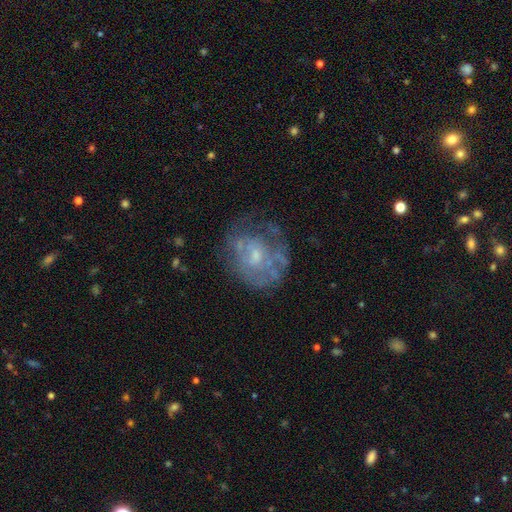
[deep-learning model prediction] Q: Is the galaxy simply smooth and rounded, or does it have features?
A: featured or disk — 65%.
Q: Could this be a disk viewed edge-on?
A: no — 97%.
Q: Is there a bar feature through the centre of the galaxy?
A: no — 74%.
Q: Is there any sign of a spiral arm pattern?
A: no — 59%.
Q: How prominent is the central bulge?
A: small — 56%.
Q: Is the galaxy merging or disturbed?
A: none — 58%.